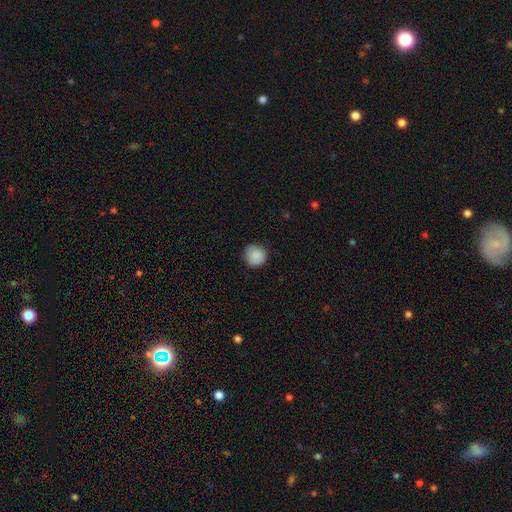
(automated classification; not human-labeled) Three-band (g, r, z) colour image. It shows a smooth galaxy with no disk features (88%) that is round (93%). Merging: none (86%).